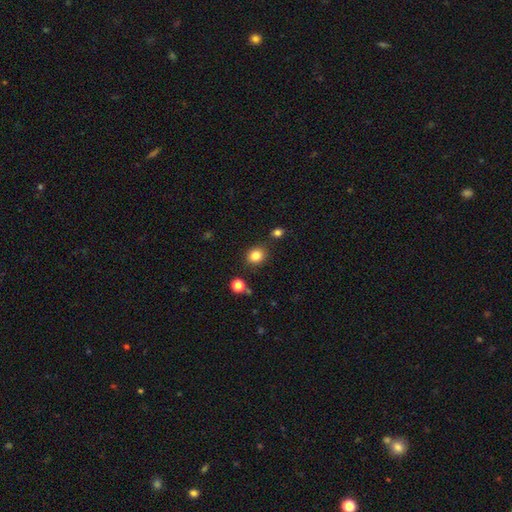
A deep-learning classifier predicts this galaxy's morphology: type=smooth (83%); roundness=round (73%); merging=none (85%).